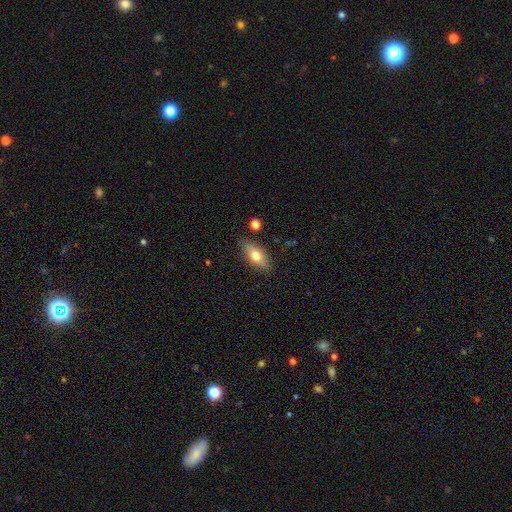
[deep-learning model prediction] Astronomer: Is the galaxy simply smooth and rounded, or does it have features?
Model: smooth — 67%.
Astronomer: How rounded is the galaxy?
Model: in between — 80%.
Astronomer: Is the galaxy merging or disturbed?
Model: none — 83%.